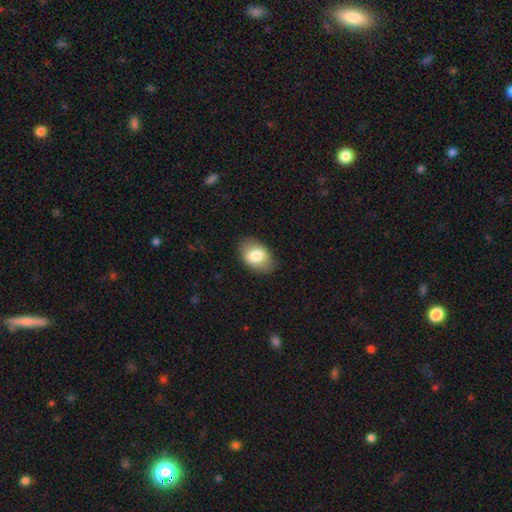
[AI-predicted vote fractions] A smooth galaxy with no disk features (77%) that is in between round and cigar-shaped (86%). Merging: none (81%).